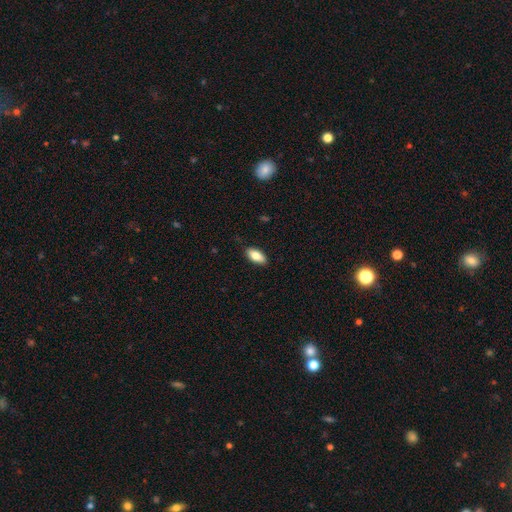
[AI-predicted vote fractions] Morphology: type=smooth (79%); roundness=in between (88%); merging=none (87%).